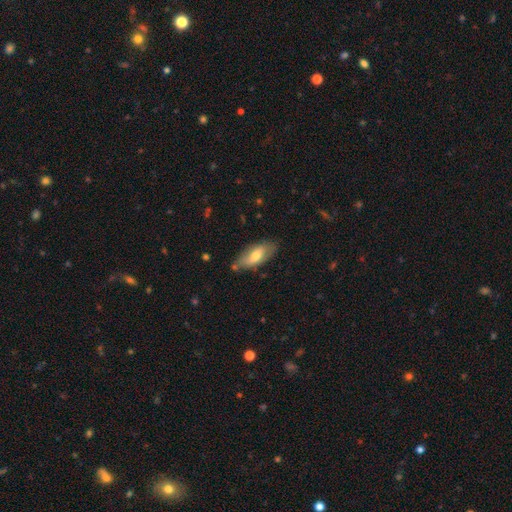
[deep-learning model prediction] The model was most divided on "smooth or featured": smooth: 64%, featured or disk: 30%, star or artifact: 6%. More confident: how rounded — in between (84%); merging — none (71%).